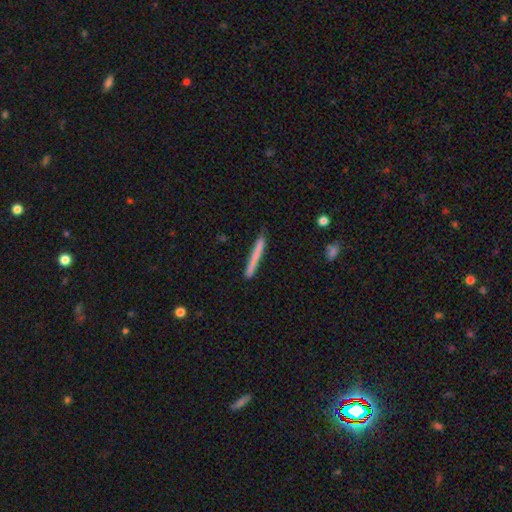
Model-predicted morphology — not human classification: A smooth galaxy with no disk features (68%) that is cigar-shaped (97%).

Vote fractions:
- Smooth or featured? smooth: 68% / featured or disk: 26% / star or artifact: 6%
- How rounded? cigar-shaped: 97% / in between: 2% / round: 1%
- Merging? none: 87% / minor disturbance: 10% / major disturbance: 2% / merger: 2%